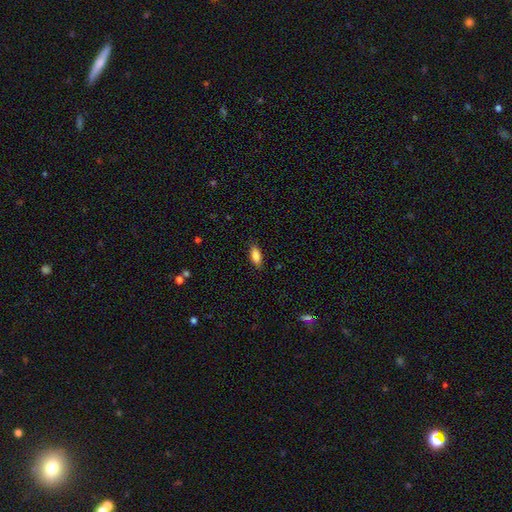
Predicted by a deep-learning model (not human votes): smooth-or-featured: smooth: 86% | star or artifact: 7% | featured or disk: 7%
  how-rounded: in between: 83% | cigar-shaped: 15% | round: 2%
  merging: none: 85% | minor disturbance: 11% | major disturbance: 2% | merger: 1%